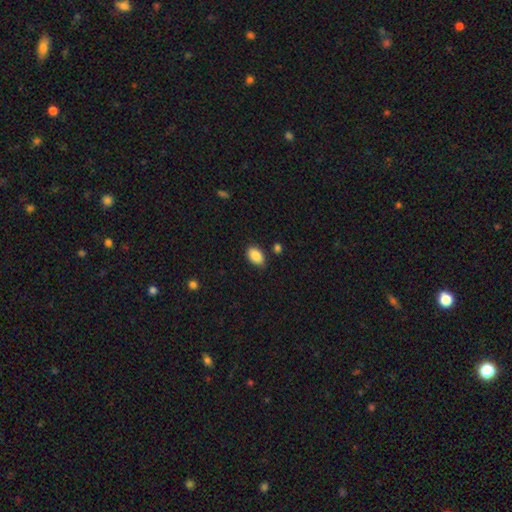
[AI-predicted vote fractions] Overall: smooth (88%). How rounded: in between (88%). Merging: none (82%).